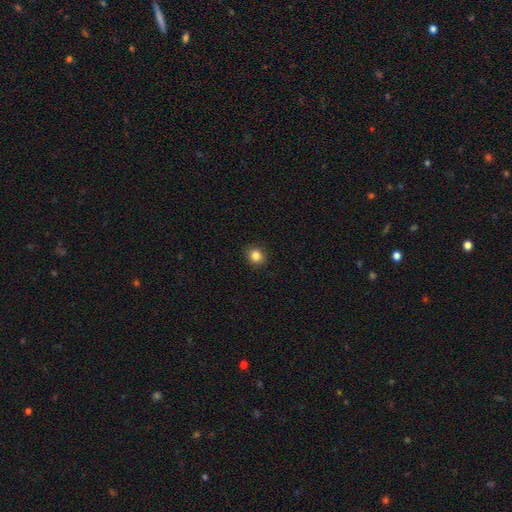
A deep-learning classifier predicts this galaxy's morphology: Smooth or featured? smooth (84%)
How rounded? round (79%)
Merging? none (90%)